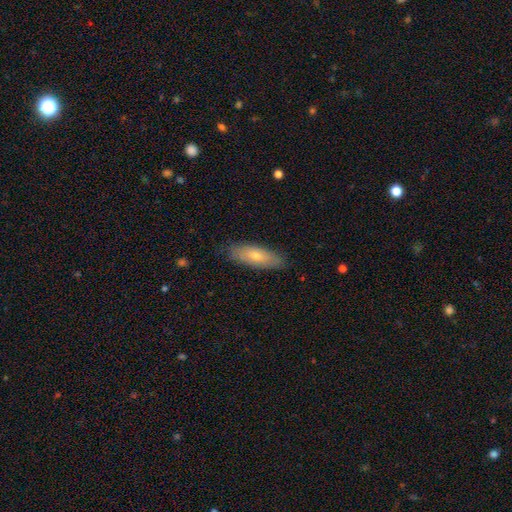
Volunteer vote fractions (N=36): Morphology: type=smooth (64%); roundness=in between (91%); merging=none (80%).